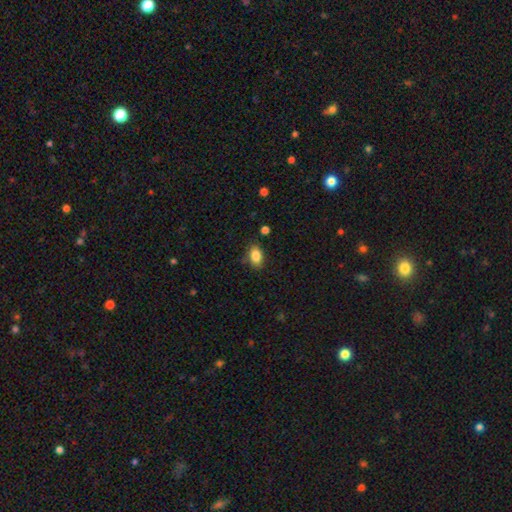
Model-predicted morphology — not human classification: Smooth or featured?
  - smooth: 85% *
  - star or artifact: 8%
  - featured or disk: 7%
How rounded?
  - in between: 86% *
  - round: 12%
  - cigar-shaped: 2%
Merging?
  - none: 79% *
  - minor disturbance: 15%
  - major disturbance: 3%
  - merger: 3%